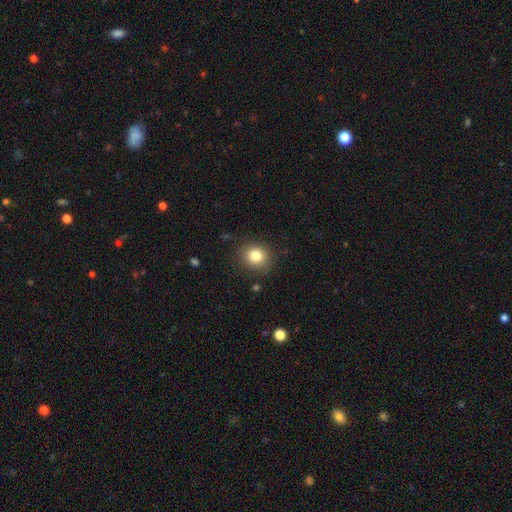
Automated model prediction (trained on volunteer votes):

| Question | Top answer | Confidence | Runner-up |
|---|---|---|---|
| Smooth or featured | smooth | 82% | star or artifact (11%) |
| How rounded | round | 81% | in between (18%) |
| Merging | none | 87% | minor disturbance (9%) |